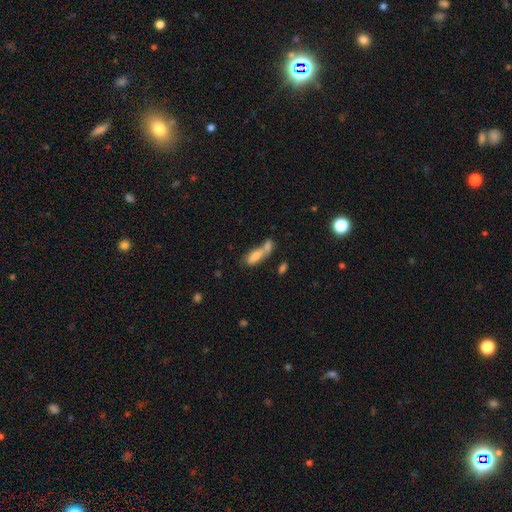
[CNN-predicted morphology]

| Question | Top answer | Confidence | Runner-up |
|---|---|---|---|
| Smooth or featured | smooth | 72% | featured or disk (19%) |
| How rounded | in between | 69% | cigar-shaped (28%) |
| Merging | merger | 54% | none (26%) |